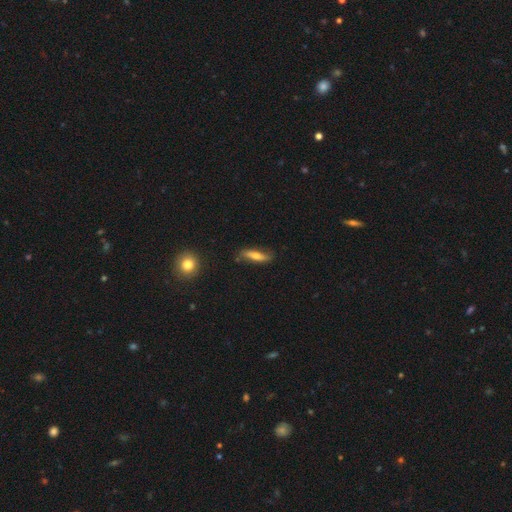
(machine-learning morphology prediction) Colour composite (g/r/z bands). It shows a smooth galaxy with no disk features (52%) that is cigar-shaped (71%). Merging: none (73%).